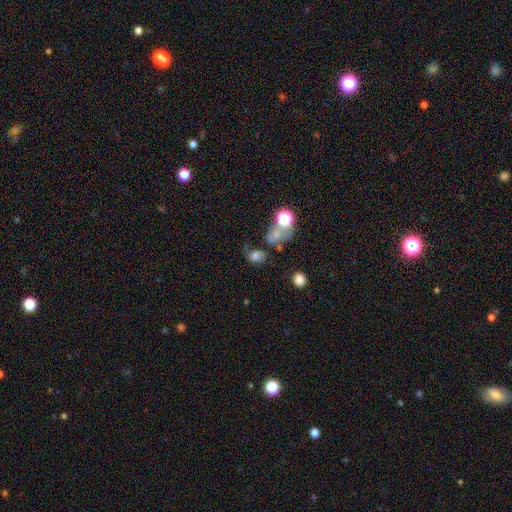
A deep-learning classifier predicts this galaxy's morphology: Smooth or featured: smooth — 60% (featured or disk — 20%)
How rounded: in between — 61% (round — 37%)
Merging: none — 35% (major disturbance — 25%)